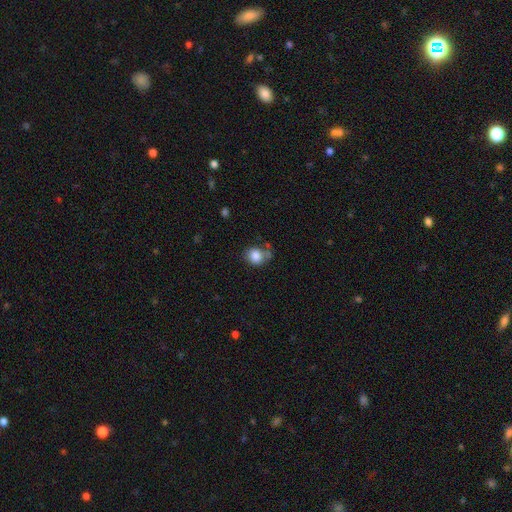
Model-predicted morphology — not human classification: A smooth galaxy with no disk features (84%) that is round (65%).

Vote fractions:
- Smooth or featured? smooth: 84% / star or artifact: 9% / featured or disk: 7%
- How rounded? round: 65% / in between: 34% / cigar-shaped: 1%
- Merging? none: 52% / minor disturbance: 25% / merger: 12% / major disturbance: 11%